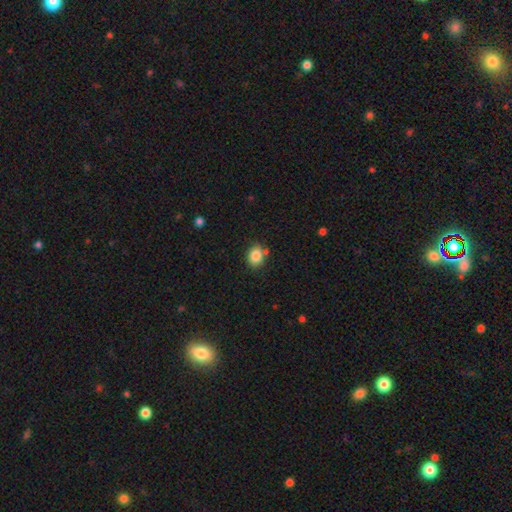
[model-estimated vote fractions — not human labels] Smooth or featured?
  - smooth: 85% *
  - star or artifact: 9%
  - featured or disk: 6%
How rounded?
  - in between: 55% *
  - round: 44%
  - cigar-shaped: 1%
Merging?
  - none: 76% *
  - minor disturbance: 14%
  - merger: 7%
  - major disturbance: 3%